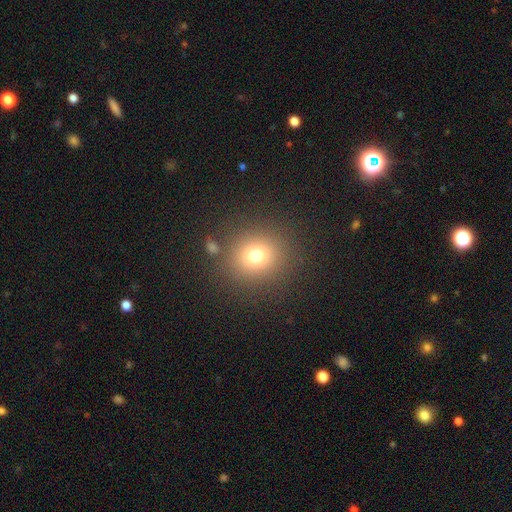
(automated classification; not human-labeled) Morphology: type=smooth (73%); roundness=round (87%); merging=none (84%).